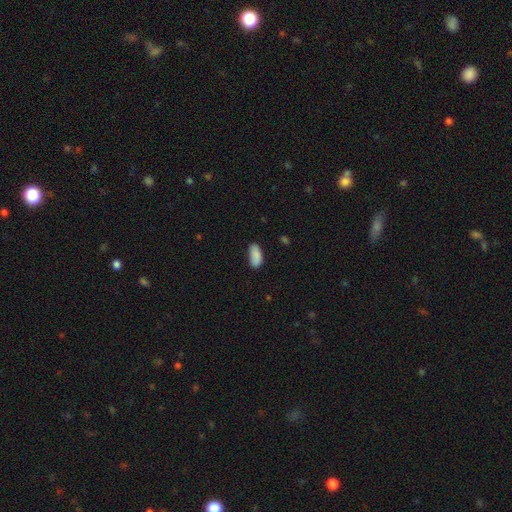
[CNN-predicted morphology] A smooth galaxy with no disk features (88%) that is in between round and cigar-shaped (90%).

Vote fractions:
- Smooth or featured? smooth: 88% / star or artifact: 7% / featured or disk: 5%
- How rounded? in between: 90% / cigar-shaped: 8% / round: 2%
- Merging? none: 77% / minor disturbance: 18% / major disturbance: 3% / merger: 2%